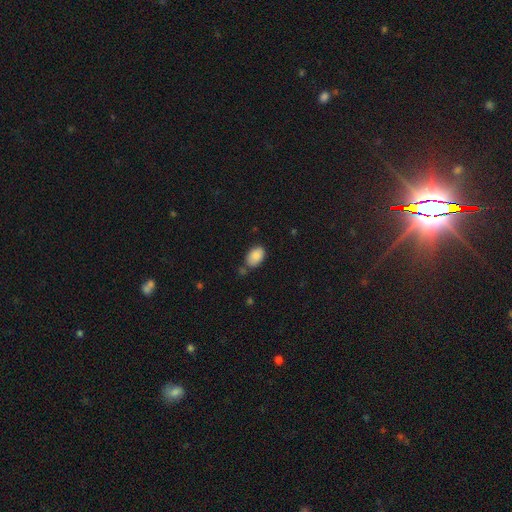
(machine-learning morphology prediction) A smooth galaxy with no disk features (87%) that is in between round and cigar-shaped (89%).

Vote fractions:
- Smooth or featured? smooth: 87% / star or artifact: 7% / featured or disk: 6%
- How rounded? in between: 89% / round: 9% / cigar-shaped: 1%
- Merging? none: 66% / minor disturbance: 21% / merger: 8% / major disturbance: 4%